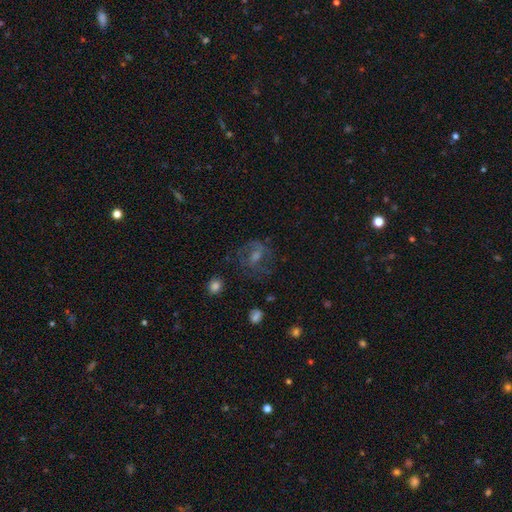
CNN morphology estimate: featured or disk 58%, smooth 24%, star or artifact 18%. Down the decision tree: edge-on disk — no (96%); bar — weak (47%); spiral arms — yes (77%); bulge size — moderate (43%); merging — none (68%).